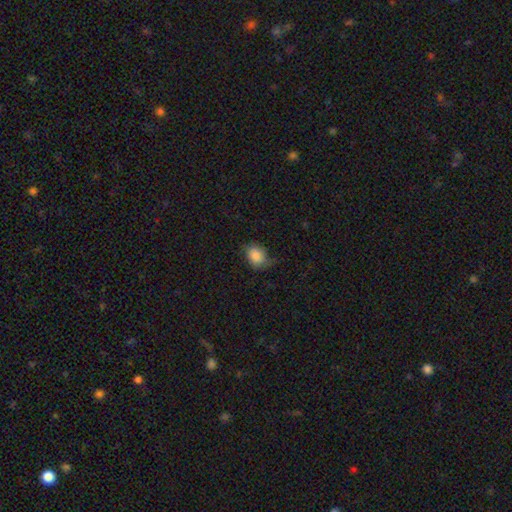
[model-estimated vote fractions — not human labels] smooth_or_featured: smooth (p=0.82) [alt: featured or disk p=0.09]
how_rounded: in between (p=0.63) [alt: round p=0.35]
merging: none (p=0.55) [alt: minor disturbance p=0.31]